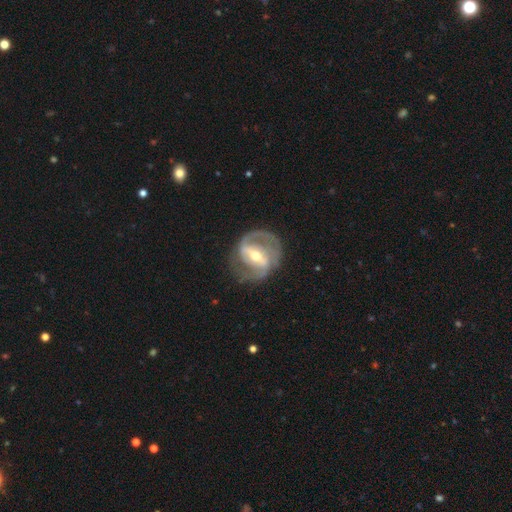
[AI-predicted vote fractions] smooth-or-featured: featured or disk: 88% | smooth: 8% | star or artifact: 4%
  disk-edge-on: no: 96% | yes: 4%
    bar: strong: 59% | weak: 30% | no: 10%
    has-spiral-arms: yes: 92% | no: 8%
      spiral-winding: medium: 47% | tight: 38% | loose: 15%
      spiral-arm-count: 2: 83% | can't tell: 7% | 3: 4% | 1: 3% | 4: 1% | more than 4: 1%
    bulge-size: moderate: 63% | small: 31% | large: 4% | none: 1% | dominant: 1%
  merging: none: 76% | minor disturbance: 14% | major disturbance: 8% | merger: 1%